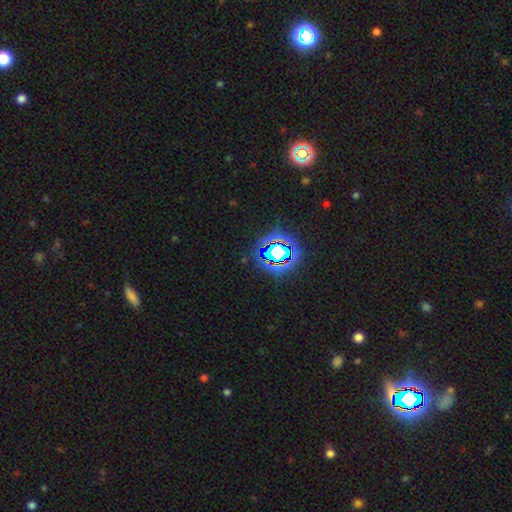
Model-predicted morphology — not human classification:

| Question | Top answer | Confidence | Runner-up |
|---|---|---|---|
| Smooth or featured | star or artifact | 79% | smooth (12%) |